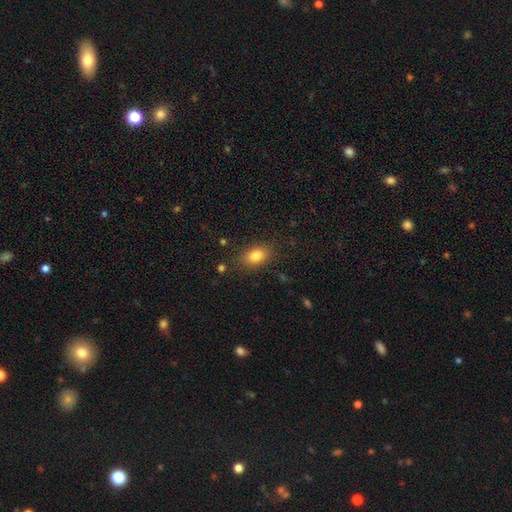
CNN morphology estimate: This is clearly a smooth galaxy (84%). How rounded: clearly in between (82%). Merging: clearly none (83%).